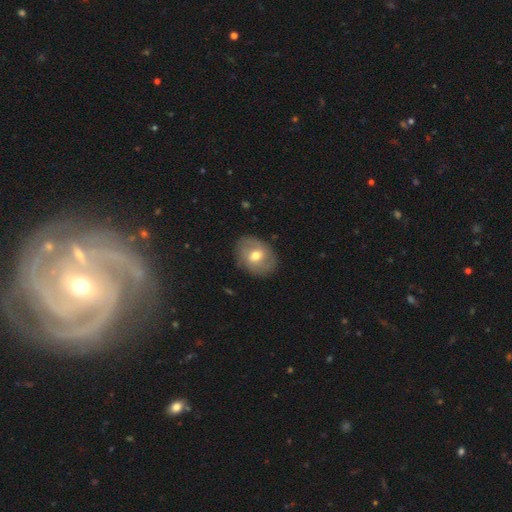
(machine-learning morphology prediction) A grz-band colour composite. It shows a smooth galaxy with no disk features (47%). Merging: none (79%).